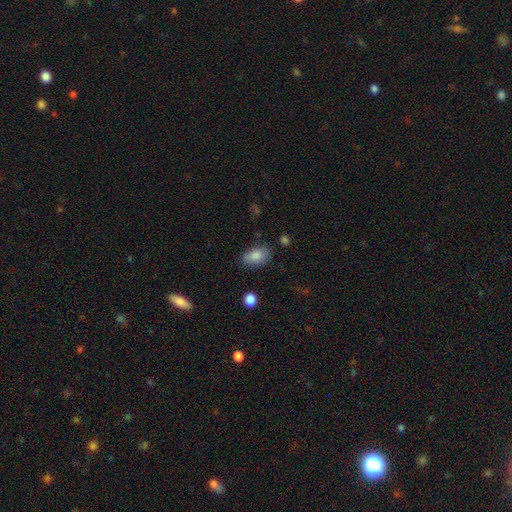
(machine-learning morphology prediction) The model was most divided on "merging": none: 72%, minor disturbance: 20%, major disturbance: 5%, merger: 3%. More confident: how rounded — in between (89%); smooth or featured — smooth (83%).